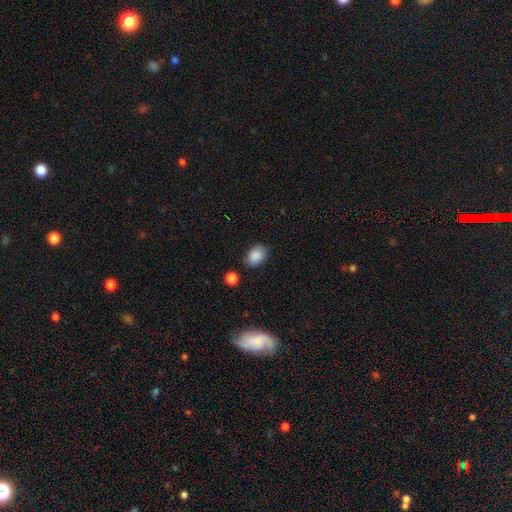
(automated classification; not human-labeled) This is clearly a smooth galaxy (87%). How rounded: likely in between (79%). Merging: likely none (79%).